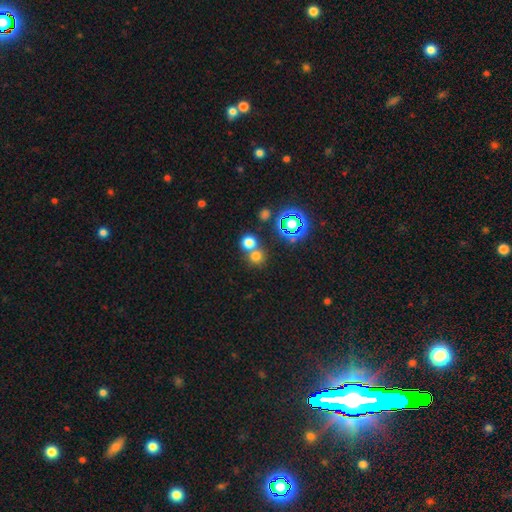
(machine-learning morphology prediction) Smooth or featured? Predicted: smooth (p=0.67). How rounded? Predicted: round (p=0.85). Merging? Predicted: none (p=0.51).